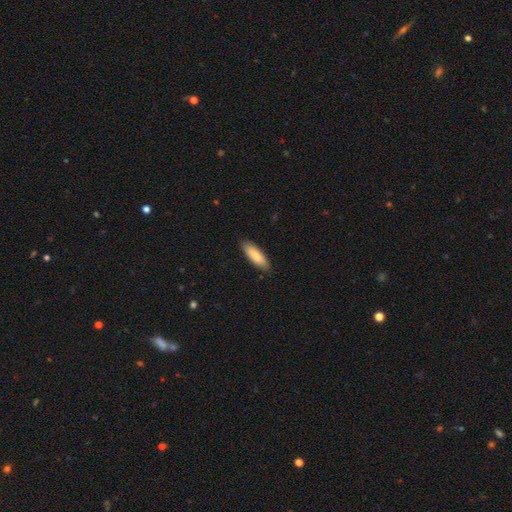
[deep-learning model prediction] The model was most divided on "how rounded": in between: 53%, cigar-shaped: 46%, round: 1%. More confident: merging — none (88%); smooth or featured — smooth (83%).